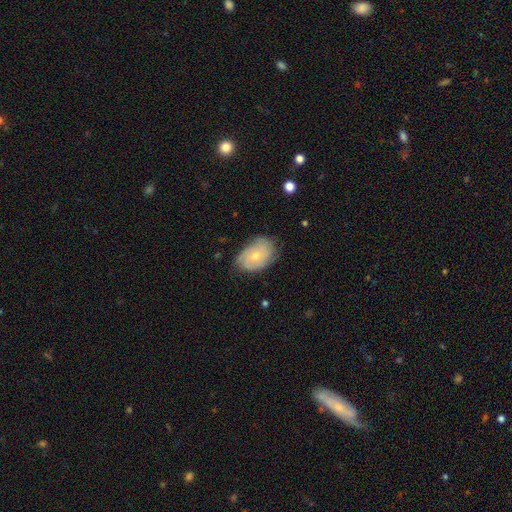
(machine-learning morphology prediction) Smooth or featured: featured or disk — 49% (smooth — 44%)
Merging: none — 66% (minor disturbance — 27%)